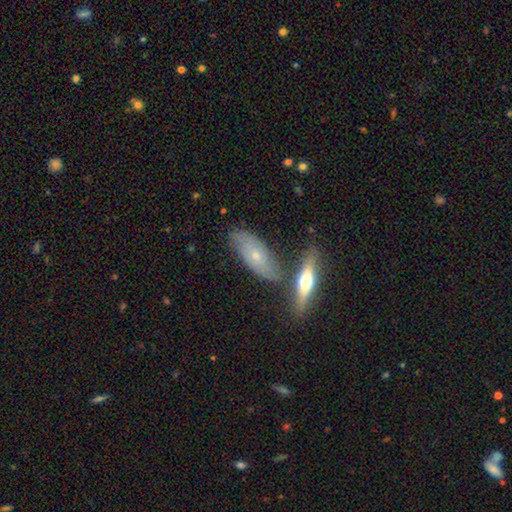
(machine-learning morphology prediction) featured or disk 54%, smooth 38%, star or artifact 8%. Down the decision tree: edge-on disk — no (68%); merging — none (64%).